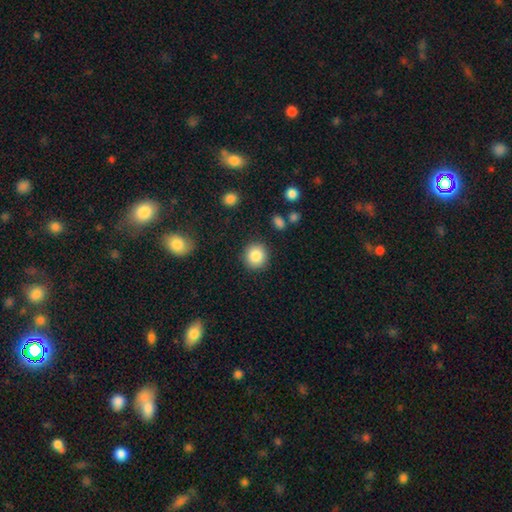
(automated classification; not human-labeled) Overall: smooth (86%). How rounded: round (89%). Merging: none (89%).